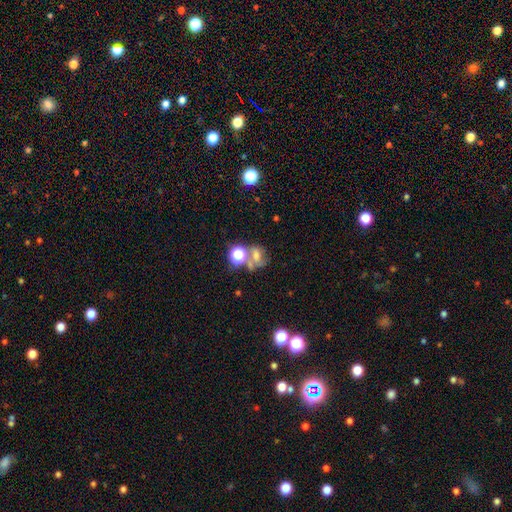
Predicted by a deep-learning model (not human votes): Overall: smooth (45%; star or artifact 29%). Merging: merger (38%; none 37%).